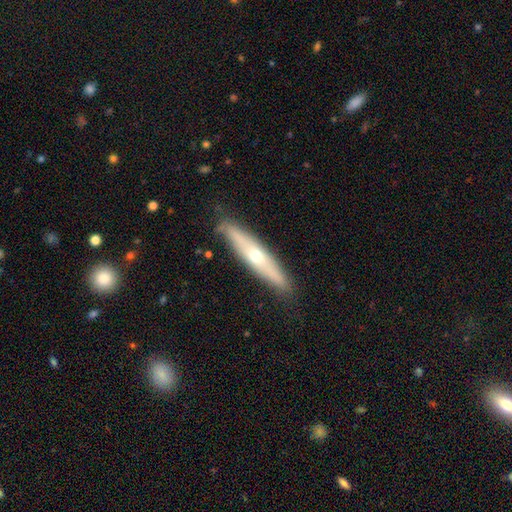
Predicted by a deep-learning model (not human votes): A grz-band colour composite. It shows a featured or disk galaxy (54%) viewed edge-on (77%). Merging: none (85%).